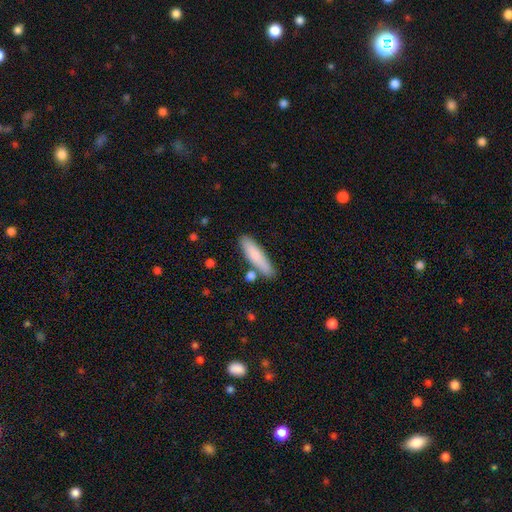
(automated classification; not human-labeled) smooth-or-featured: smooth: 80% | featured or disk: 14% | star or artifact: 6%
  how-rounded: cigar-shaped: 75% | in between: 23% | round: 2%
  merging: none: 77% | minor disturbance: 13% | merger: 7% | major disturbance: 3%